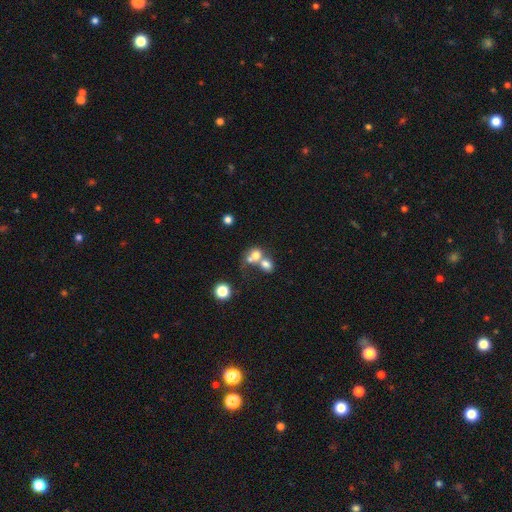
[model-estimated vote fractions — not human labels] Overall: smooth (68%). How rounded: round (60%; in between 38%). Merging: merger (64%).